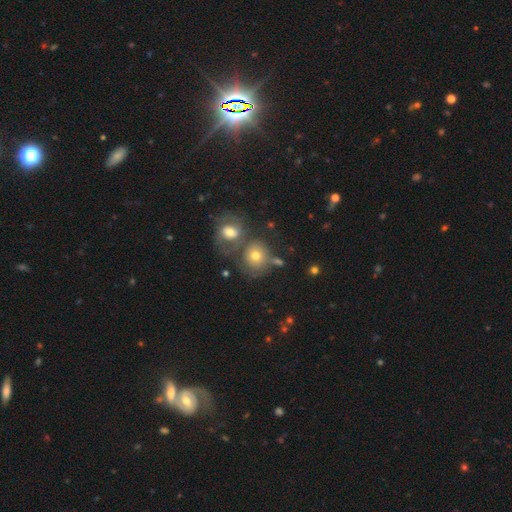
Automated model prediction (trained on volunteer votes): The model was most divided on "merging": merger: 41%, none: 39%, minor disturbance: 12%, major disturbance: 7%. More confident: how rounded — round (81%); smooth or featured — smooth (60%).